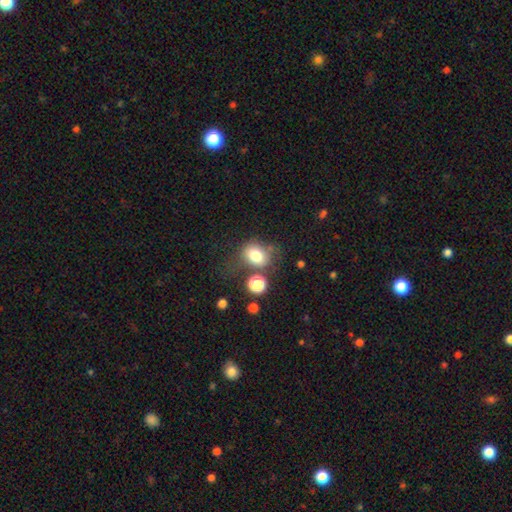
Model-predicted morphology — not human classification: Smooth or featured? smooth (78%)
How rounded? in between (54%)
Merging? none (55%)